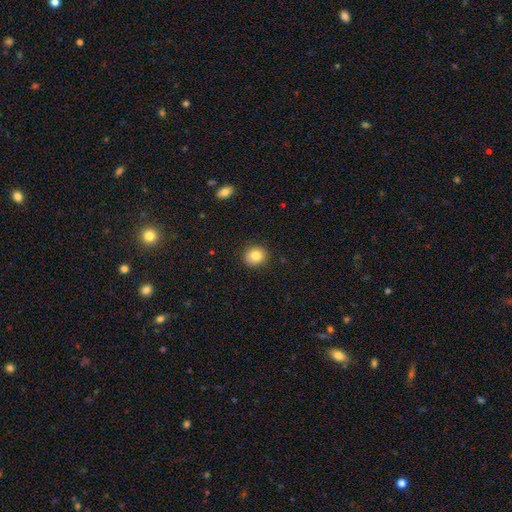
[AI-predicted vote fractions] Smooth or featured?
  - smooth: 83% *
  - star or artifact: 10%
  - featured or disk: 8%
How rounded?
  - round: 77% *
  - in between: 22%
  - cigar-shaped: 1%
Merging?
  - none: 90% *
  - minor disturbance: 7%
  - major disturbance: 2%
  - merger: 1%